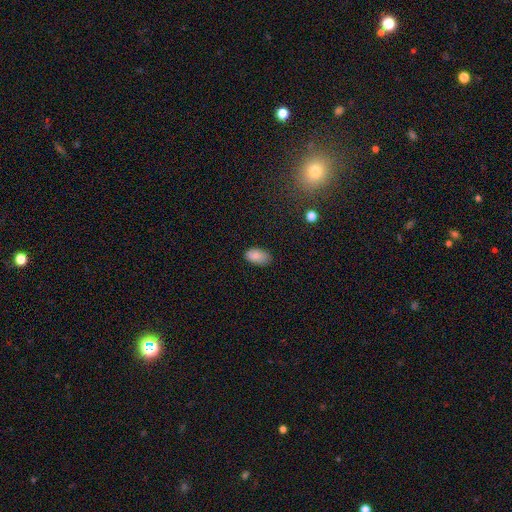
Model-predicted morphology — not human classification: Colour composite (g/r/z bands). It shows a smooth galaxy with no disk features (86%) that is in between round and cigar-shaped (94%). Merging: none (74%).